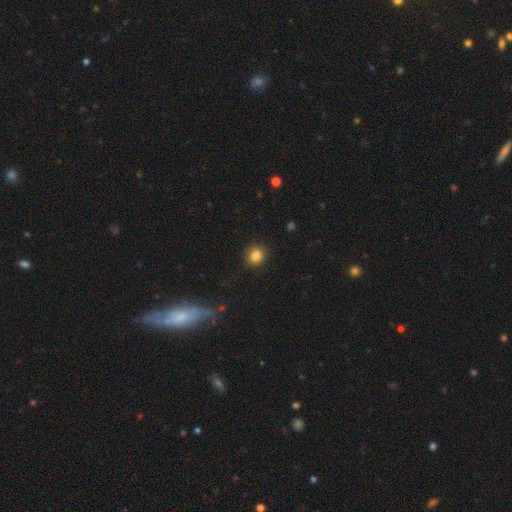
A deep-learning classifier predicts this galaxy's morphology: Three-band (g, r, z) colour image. It shows a smooth galaxy with no disk features (84%) that is round (85%). Merging: none (89%).